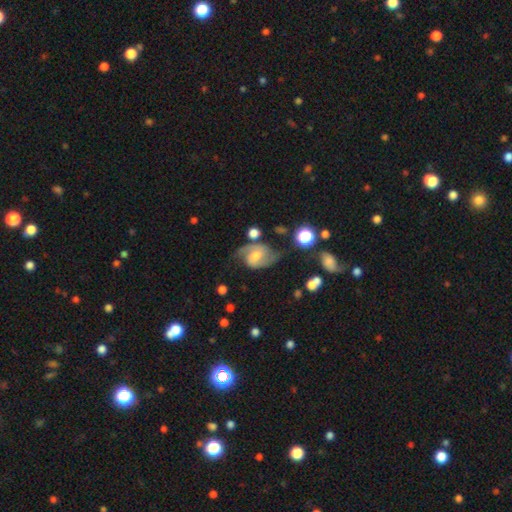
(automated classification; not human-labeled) A featured or disk galaxy (80%) with a weak bar (49%), 2 (89%) medium (50%) spiral arms (95%) and a moderate central bulge (59%).

Vote fractions:
- Smooth or featured? featured or disk: 80% / smooth: 13% / star or artifact: 7%
- Edge-on disk? no: 97% / yes: 3%
- Bar? weak: 49% / no: 38% / strong: 13%
- Spiral arms? yes: 95% / no: 5%
- Spiral winding? medium: 50% / loose: 31% / tight: 19%
- Spiral arm count? 2: 89% / can't tell: 5% / 1: 3% / 3: 2% / 4: 1% / more than 4: 1%
- Bulge size? moderate: 59% / small: 27% / large: 8% / none: 5% / dominant: 1%
- Merging? none: 61% / minor disturbance: 22% / major disturbance: 12% / merger: 5%